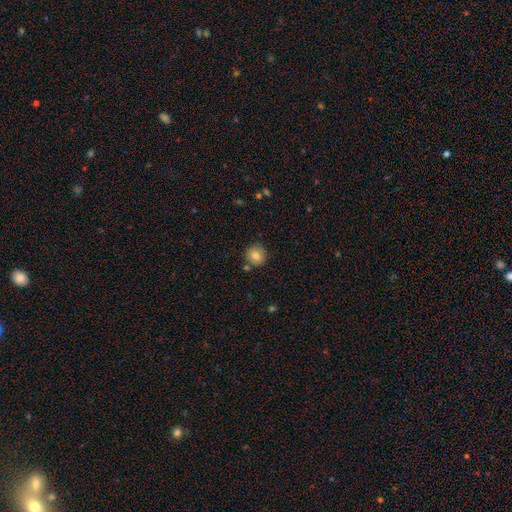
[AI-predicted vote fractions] Q: Smooth or featured?
A: smooth (80%); runner-up: featured or disk (11%)
Q: How rounded?
A: round (91%); runner-up: in between (8%)
Q: Merging?
A: none (81%); runner-up: minor disturbance (10%)